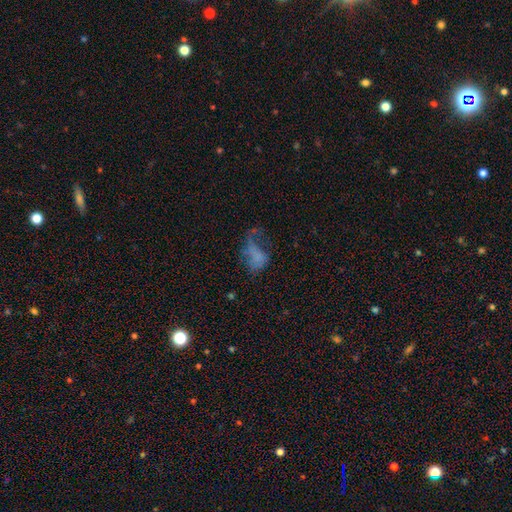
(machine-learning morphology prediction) The model was most divided on "smooth or featured": smooth: 47%, featured or disk: 36%, star or artifact: 17%. More confident: merging — major disturbance (54%).